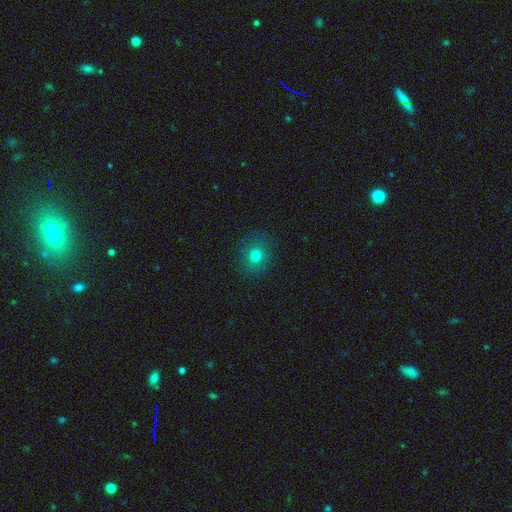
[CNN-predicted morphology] Q: Smooth or featured?
A: smooth (75%); runner-up: star or artifact (14%)
Q: How rounded?
A: round (76%); runner-up: in between (23%)
Q: Merging?
A: none (87%); runner-up: minor disturbance (9%)